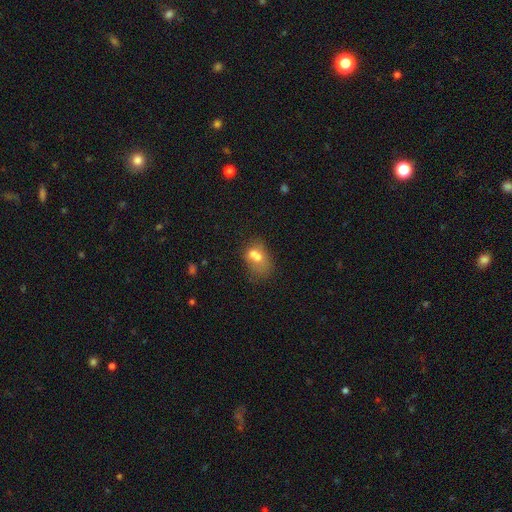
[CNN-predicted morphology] Q: Smooth or featured?
A: smooth (63%); runner-up: featured or disk (26%)
Q: How rounded?
A: in between (63%); runner-up: round (36%)
Q: Merging?
A: merger (56%); runner-up: none (24%)